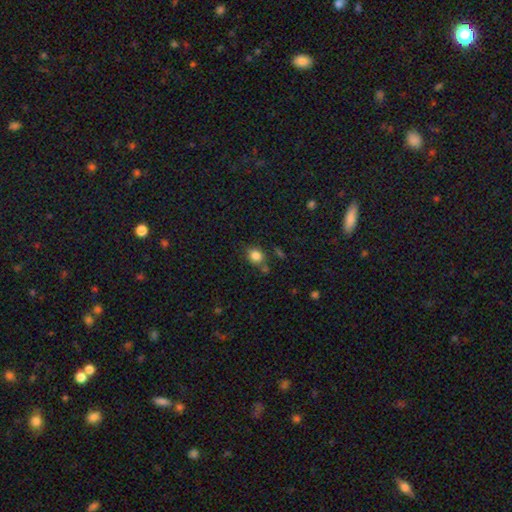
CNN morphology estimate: Smooth or featured: smooth — 83% (star or artifact — 11%)
How rounded: round — 70% (in between — 29%)
Merging: none — 69% (minor disturbance — 15%)